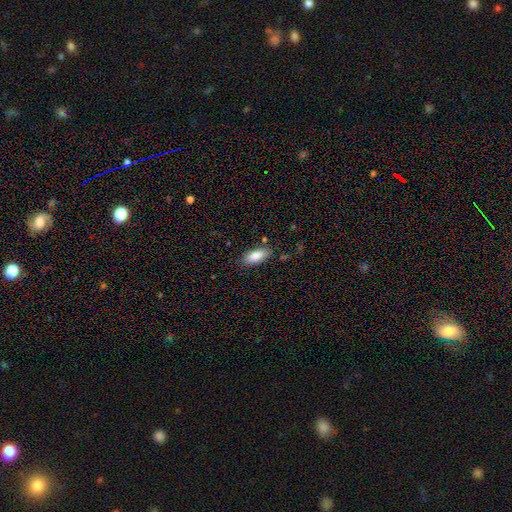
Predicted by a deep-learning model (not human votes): smooth 84%, featured or disk 9%, star or artifact 7%. Down the decision tree: how rounded — in between (85%); merging — none (81%).